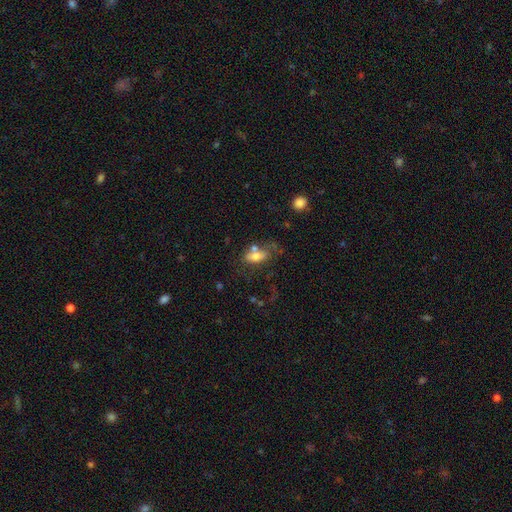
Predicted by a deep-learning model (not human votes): smooth-or-featured: smooth: 64% | featured or disk: 26% | star or artifact: 10%
  how-rounded: in between: 82% | cigar-shaped: 11% | round: 7%
  merging: none: 37% | merger: 28% | minor disturbance: 19% | major disturbance: 16%